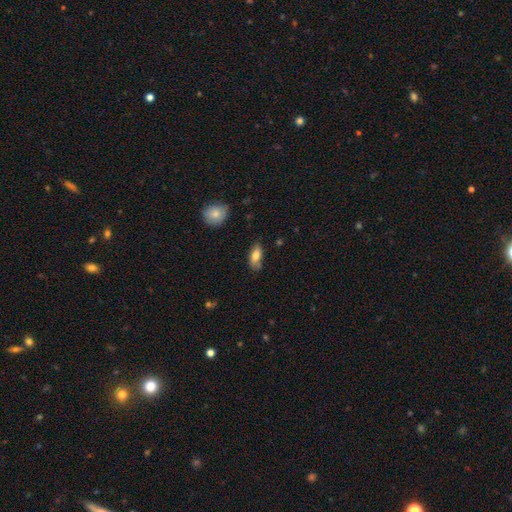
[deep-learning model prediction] smooth_or_featured: smooth (p=0.74) [alt: featured or disk p=0.19]
how_rounded: in between (p=0.81) [alt: cigar-shaped p=0.16]
merging: none (p=0.68) [alt: minor disturbance p=0.25]